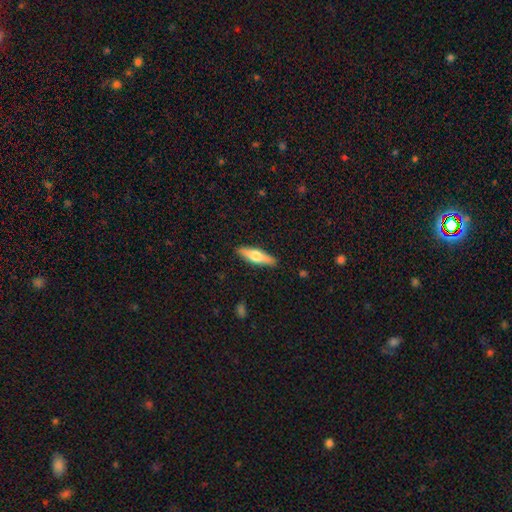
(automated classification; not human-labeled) Smooth or featured?
  - smooth: 51% *
  - featured or disk: 43%
  - star or artifact: 6%
How rounded?
  - cigar-shaped: 63% *
  - in between: 35%
  - round: 2%
Merging?
  - none: 89% *
  - minor disturbance: 8%
  - major disturbance: 2%
  - merger: 1%